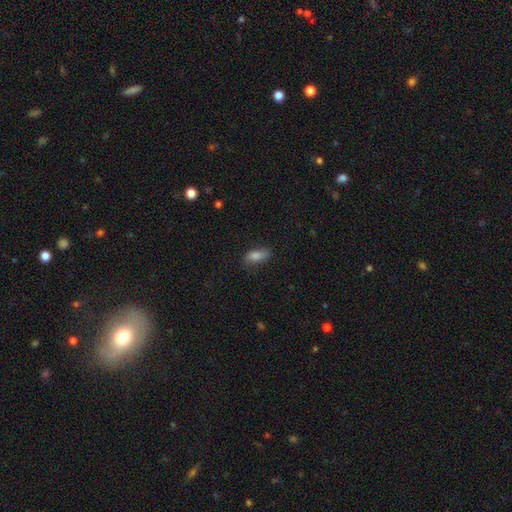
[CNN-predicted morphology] This is likely a smooth galaxy (79%). How rounded: likely in between (79%). Merging: likely none (74%).